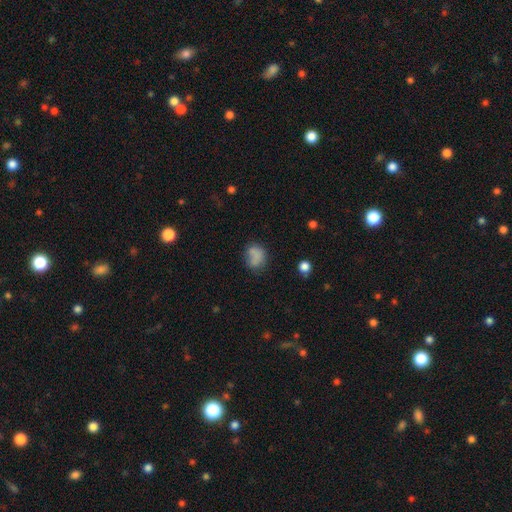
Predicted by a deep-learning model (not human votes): smooth-or-featured: smooth: 75% | featured or disk: 14% | star or artifact: 11%
  how-rounded: round: 50% | in between: 49% | cigar-shaped: 1%
  merging: none: 51% | minor disturbance: 25% | major disturbance: 14% | merger: 10%